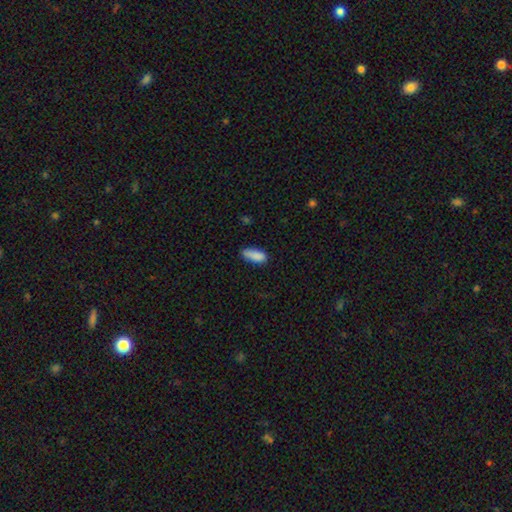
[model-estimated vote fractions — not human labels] smooth-or-featured: smooth: 87% | star or artifact: 8% | featured or disk: 6%
  how-rounded: in between: 79% | cigar-shaped: 19% | round: 2%
  merging: none: 65% | minor disturbance: 28% | major disturbance: 5% | merger: 3%